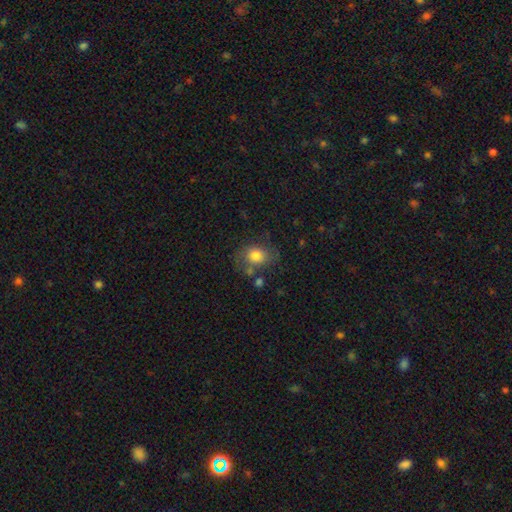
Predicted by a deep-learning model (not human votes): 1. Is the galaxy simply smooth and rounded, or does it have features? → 75% smooth, 16% featured or disk, 9% star or artifact.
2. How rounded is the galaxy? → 50% in between, 49% round, 1% cigar-shaped.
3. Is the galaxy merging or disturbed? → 61% none, 21% minor disturbance, 10% major disturbance, 8% merger.